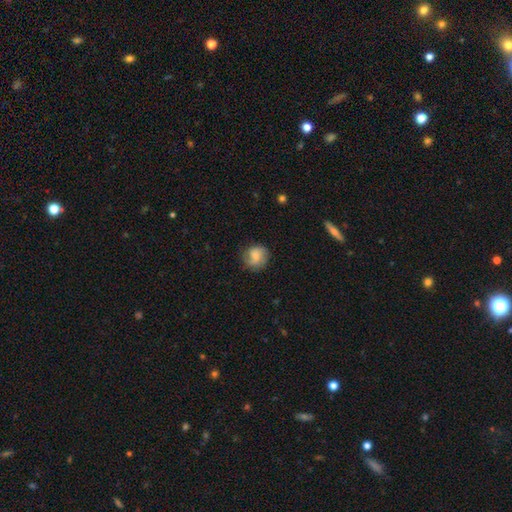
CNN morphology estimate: type=smooth (56%); roundness=round (82%); merging=none (71%).